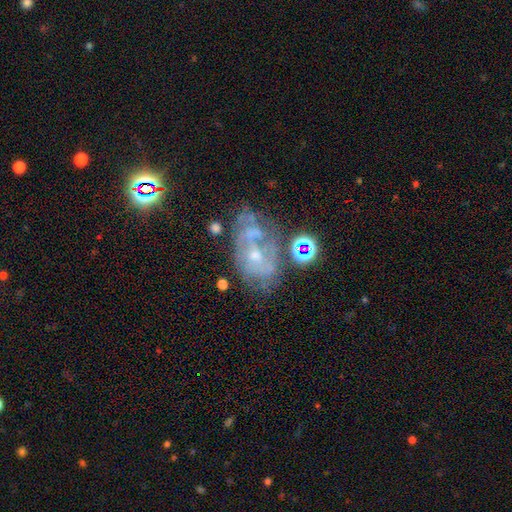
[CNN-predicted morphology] This appears to be a featured or disk galaxy (71%) with no bar (65%), spiral arms (71%) and a small central bulge (57%). Merging: none (48%).